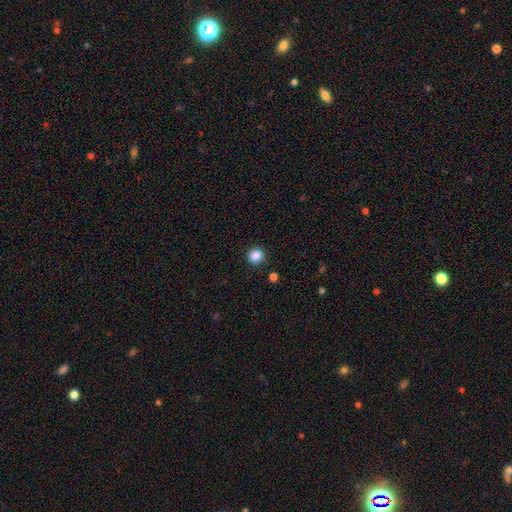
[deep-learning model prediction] Overall: smooth (87%). How rounded: round (90%). Merging: none (90%).